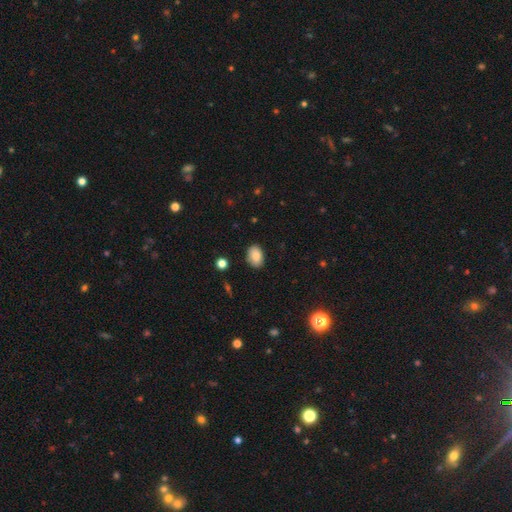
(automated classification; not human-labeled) This is clearly a smooth galaxy (86%). How rounded: clearly in between (84%). Merging: clearly none (84%).